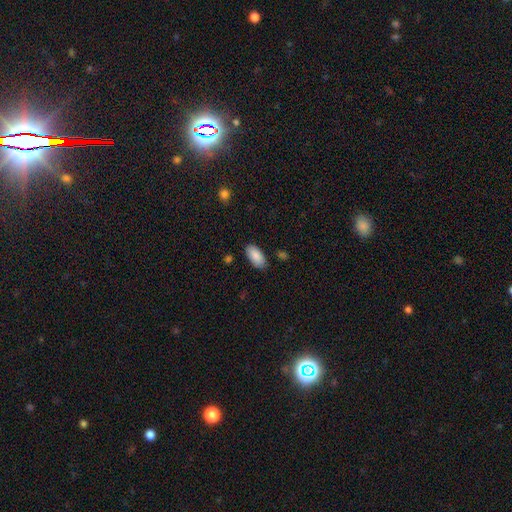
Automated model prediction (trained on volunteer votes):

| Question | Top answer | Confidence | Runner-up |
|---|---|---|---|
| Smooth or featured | smooth | 89% | star or artifact (6%) |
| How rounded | in between | 94% | cigar-shaped (4%) |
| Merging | none | 84% | minor disturbance (12%) |